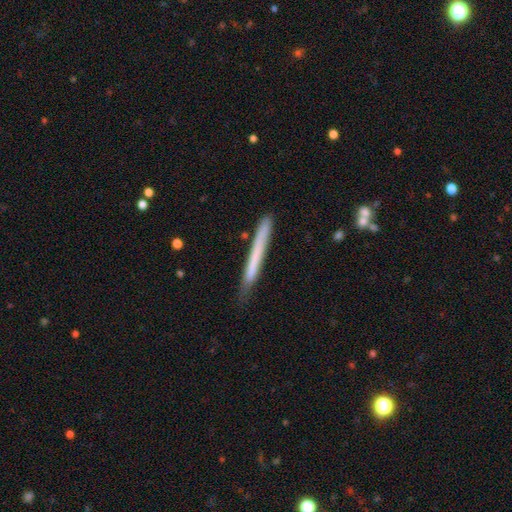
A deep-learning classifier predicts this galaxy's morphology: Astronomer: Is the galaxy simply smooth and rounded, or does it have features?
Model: smooth — 60%.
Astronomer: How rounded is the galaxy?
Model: cigar-shaped — 97%.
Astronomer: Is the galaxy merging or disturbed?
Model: none — 77%.